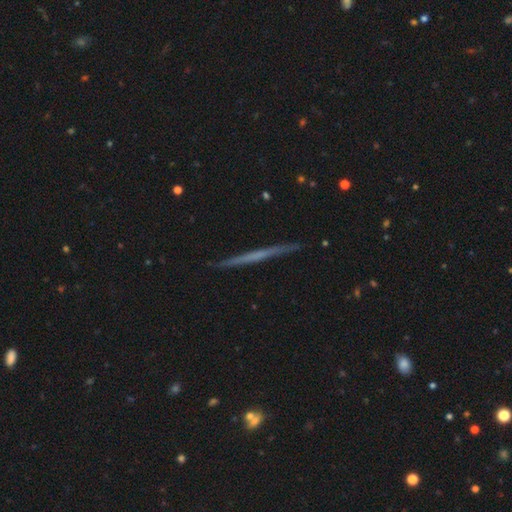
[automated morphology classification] featured or disk 60%, smooth 34%, star or artifact 6%. Down the decision tree: edge-on disk — yes (97%); edge-on bulge — none (86%); merging — none (91%).